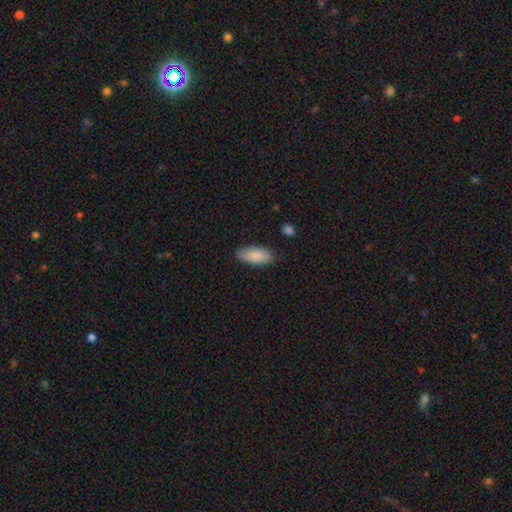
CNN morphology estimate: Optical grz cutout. It shows a smooth galaxy with no disk features (88%) that is in between round and cigar-shaped (82%). Merging: none (82%).